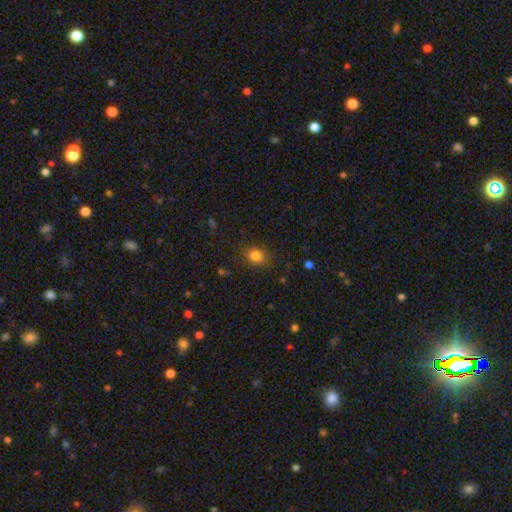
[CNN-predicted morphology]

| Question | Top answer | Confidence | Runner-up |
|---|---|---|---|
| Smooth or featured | smooth | 81% | star or artifact (13%) |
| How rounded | round | 56% | in between (43%) |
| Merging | none | 82% | minor disturbance (13%) |